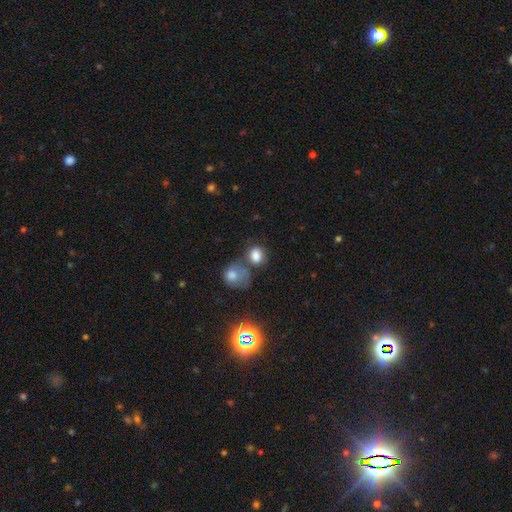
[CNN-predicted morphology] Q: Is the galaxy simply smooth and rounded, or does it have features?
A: smooth — 79%.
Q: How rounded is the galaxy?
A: round — 52%.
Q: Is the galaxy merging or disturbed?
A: none — 45%.